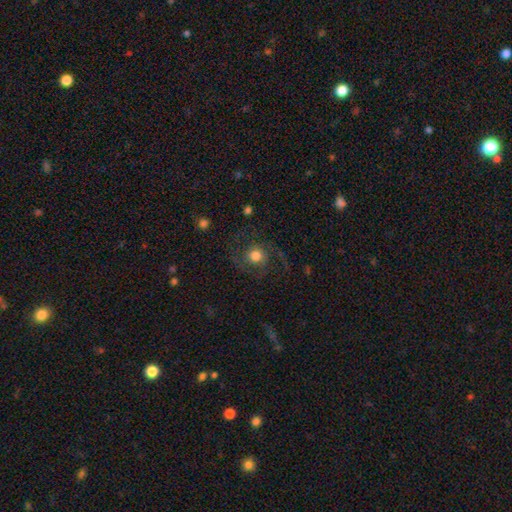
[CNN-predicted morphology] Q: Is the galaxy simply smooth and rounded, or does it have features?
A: featured or disk — 58%.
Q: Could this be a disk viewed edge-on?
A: no — 97%.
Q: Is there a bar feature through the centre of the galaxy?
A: no — 79%.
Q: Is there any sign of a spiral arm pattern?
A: yes — 90%.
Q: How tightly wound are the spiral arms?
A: medium — 49%.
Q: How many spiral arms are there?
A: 2 — 73%.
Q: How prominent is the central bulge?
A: moderate — 55%.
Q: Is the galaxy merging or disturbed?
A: none — 69%.